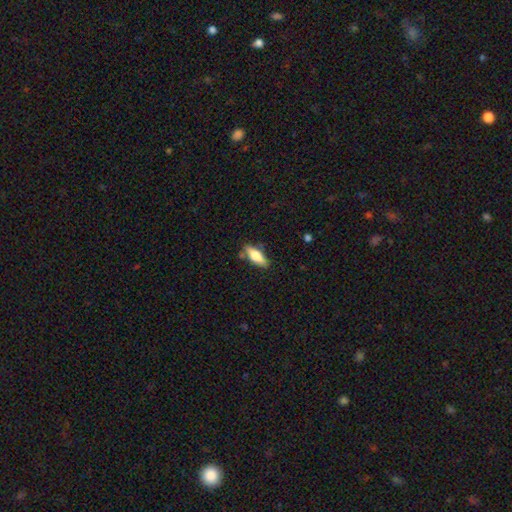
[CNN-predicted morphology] A smooth galaxy with no disk features (63%) that is in between round and cigar-shaped (65%). Merging: none (78%).